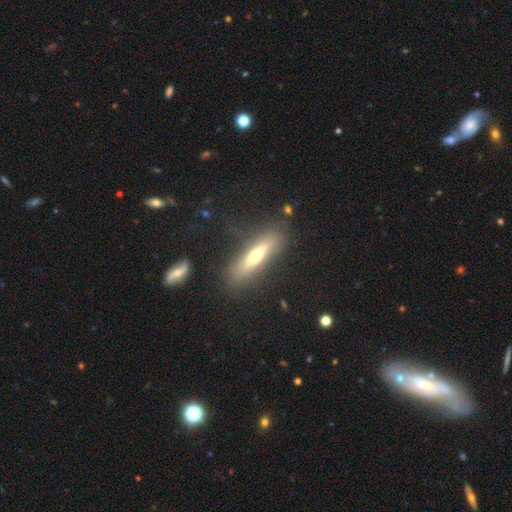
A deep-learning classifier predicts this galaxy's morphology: Smooth or featured: smooth — 48% (featured or disk — 44%)
Merging: none — 82% (minor disturbance — 11%)